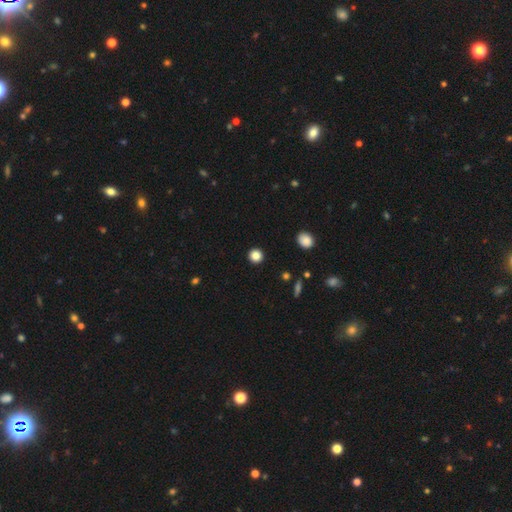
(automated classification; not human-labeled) The model was most divided on "smooth or featured": smooth: 85%, star or artifact: 11%, featured or disk: 4%. More confident: how rounded — round (94%); merging — none (93%).